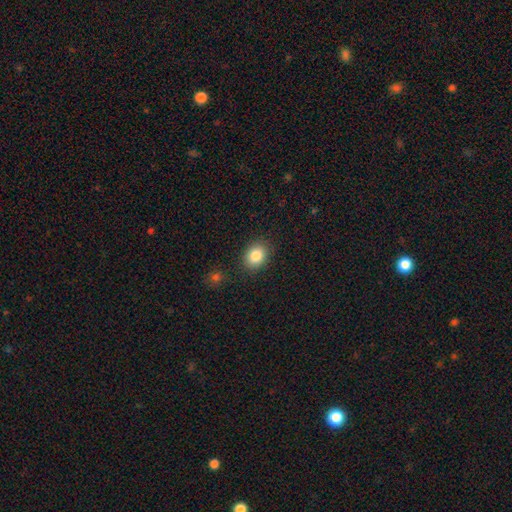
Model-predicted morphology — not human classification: Smooth or featured?
  - smooth: 84% *
  - star or artifact: 9%
  - featured or disk: 7%
How rounded?
  - in between: 58% *
  - round: 41%
  - cigar-shaped: 1%
Merging?
  - none: 86% *
  - minor disturbance: 9%
  - major disturbance: 3%
  - merger: 2%